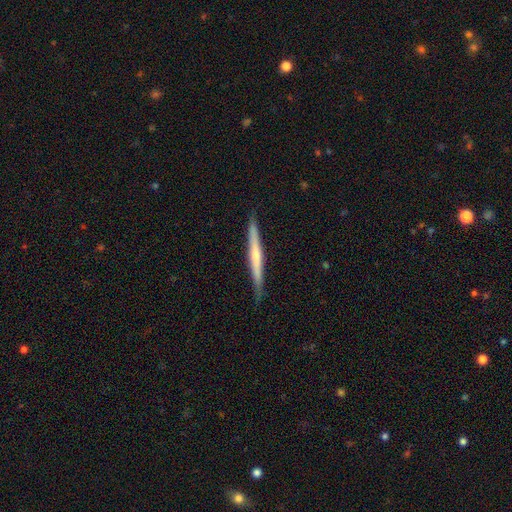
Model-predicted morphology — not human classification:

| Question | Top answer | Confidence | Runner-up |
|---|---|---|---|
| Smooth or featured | featured or disk | 57% | smooth (38%) |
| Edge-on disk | yes | 97% | no (3%) |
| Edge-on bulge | none | 55% | rounded (36%) |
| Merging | none | 87% | minor disturbance (10%) |